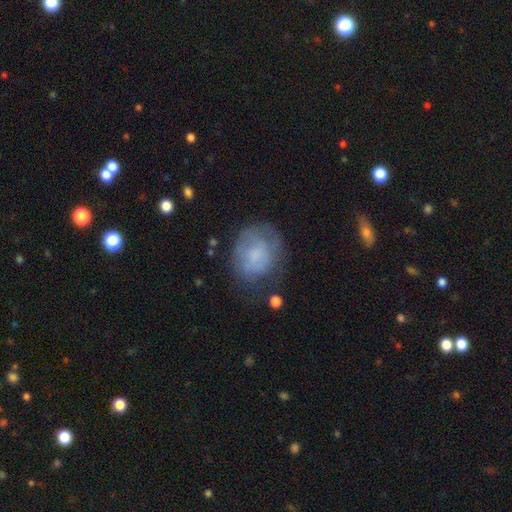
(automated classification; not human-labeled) smooth 53%, featured or disk 38%, star or artifact 9%. Down the decision tree: how rounded — round (59%); merging — none (55%).